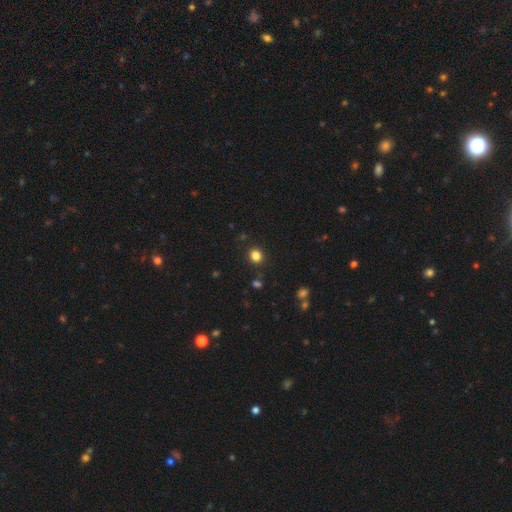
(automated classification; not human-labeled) Overall: smooth (83%). How rounded: round (77%). Merging: none (88%).